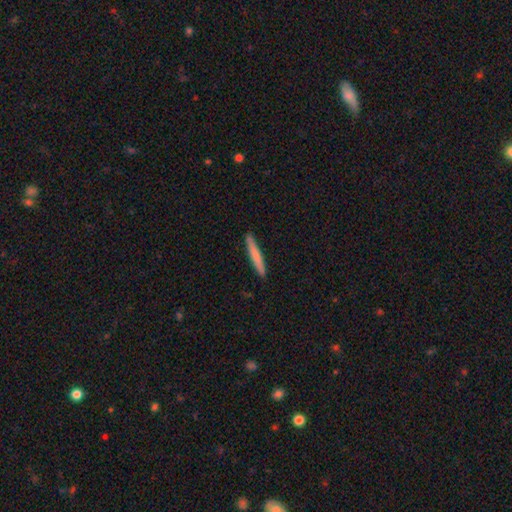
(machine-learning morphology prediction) smooth_or_featured: smooth (p=0.70) [alt: featured or disk p=0.25]
how_rounded: cigar-shaped (p=0.96) [alt: in between p=0.03]
merging: none (p=0.91) [alt: minor disturbance p=0.06]